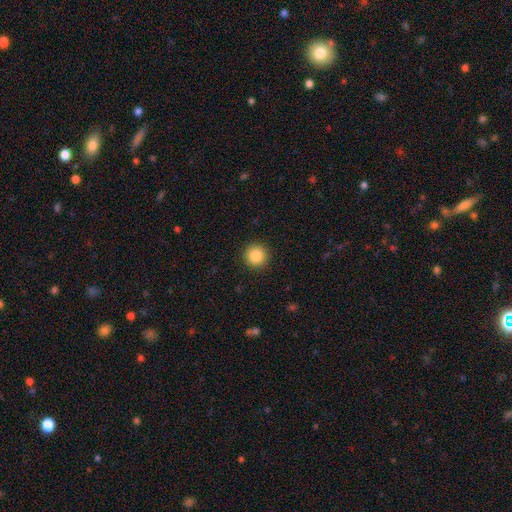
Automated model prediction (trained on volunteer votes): This is clearly a smooth galaxy (86%). How rounded: clearly round (95%). Merging: clearly none (92%).